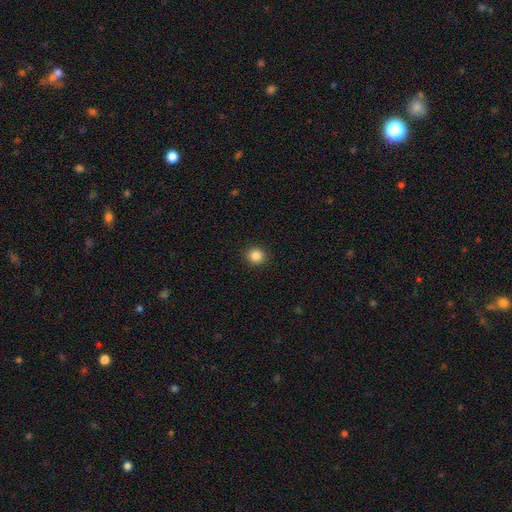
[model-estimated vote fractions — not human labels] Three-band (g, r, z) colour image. It shows a smooth galaxy with no disk features (86%) that is round (89%). Merging: none (92%).